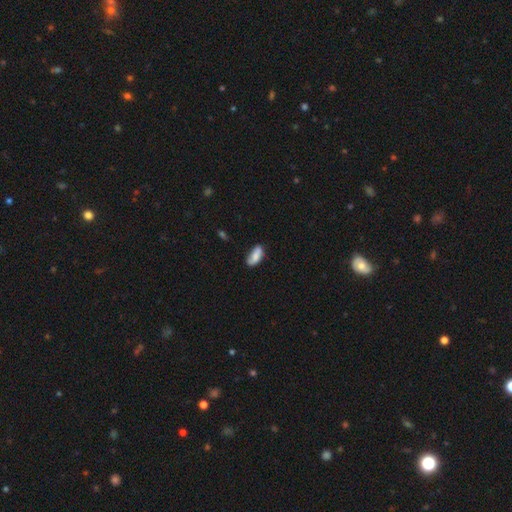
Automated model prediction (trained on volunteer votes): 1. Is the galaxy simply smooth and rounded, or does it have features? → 74% smooth, 19% featured or disk, 7% star or artifact.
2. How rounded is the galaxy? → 85% in between, 13% cigar-shaped, 2% round.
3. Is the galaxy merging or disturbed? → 66% none, 26% minor disturbance, 5% major disturbance, 3% merger.